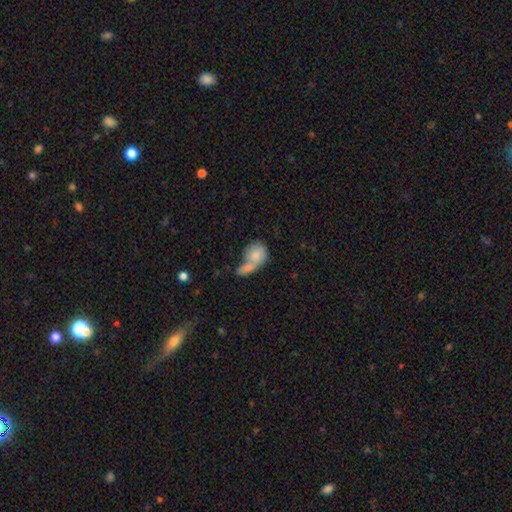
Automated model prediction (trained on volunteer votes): Smooth or featured? smooth (77%)
How rounded? round (56%)
Merging? merger (63%)